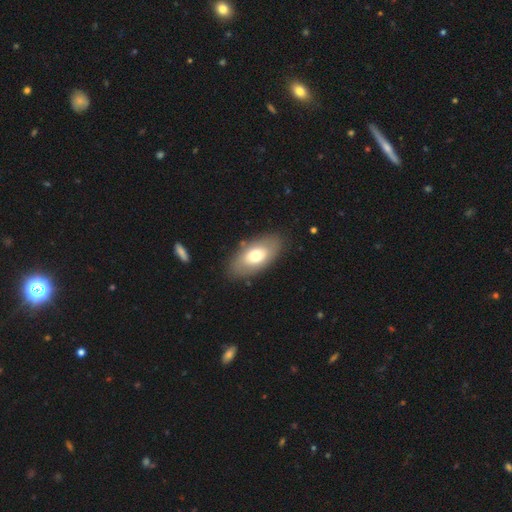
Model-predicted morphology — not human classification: A smooth galaxy with no disk features (65%) that is in between round and cigar-shaped (92%). Merging: none (83%).